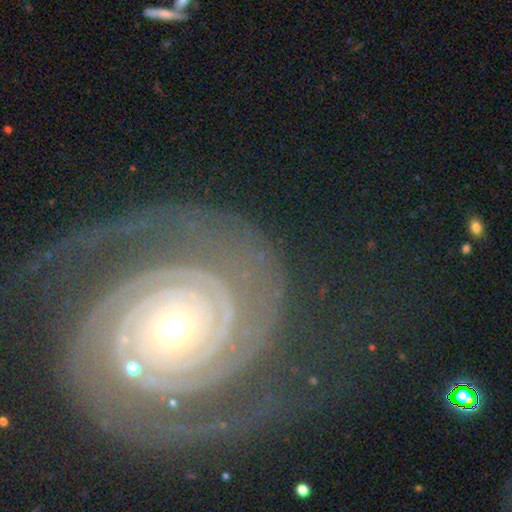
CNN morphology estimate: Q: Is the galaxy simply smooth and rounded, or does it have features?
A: featured or disk — 91%.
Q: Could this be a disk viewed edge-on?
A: no — 98%.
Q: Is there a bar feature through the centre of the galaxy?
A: no — 77%.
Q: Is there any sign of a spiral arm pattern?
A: yes — 99%.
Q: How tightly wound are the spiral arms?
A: tight — 87%.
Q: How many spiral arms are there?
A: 2 — 65%.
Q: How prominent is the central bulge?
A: small — 51%.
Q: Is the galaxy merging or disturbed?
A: none — 72%.